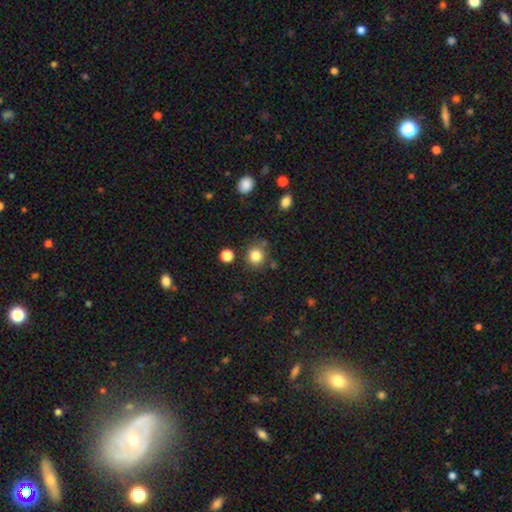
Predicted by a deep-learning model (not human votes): Smooth or featured?
  - smooth: 83% *
  - star or artifact: 12%
  - featured or disk: 5%
How rounded?
  - round: 88% *
  - in between: 11%
  - cigar-shaped: 1%
Merging?
  - none: 79% *
  - minor disturbance: 11%
  - merger: 5%
  - major disturbance: 4%